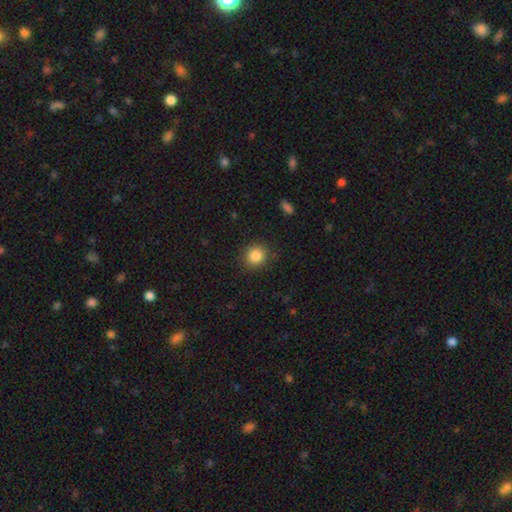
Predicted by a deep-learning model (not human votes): smooth-or-featured: smooth: 85% | star or artifact: 10% | featured or disk: 4%
  how-rounded: round: 83% | in between: 16% | cigar-shaped: 1%
  merging: none: 87% | minor disturbance: 9% | major disturbance: 3% | merger: 1%